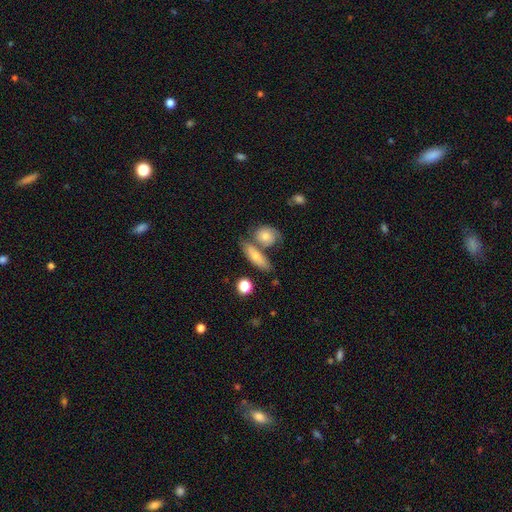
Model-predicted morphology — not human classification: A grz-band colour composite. It shows a smooth galaxy with no disk features (67%) that is in between round and cigar-shaped (51%). Merging: none (51%).